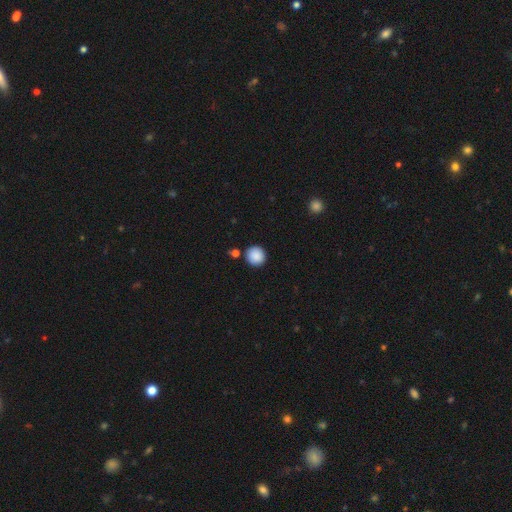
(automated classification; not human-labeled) smooth_or_featured: smooth (p=0.89) [alt: star or artifact p=0.08]
how_rounded: round (p=0.93) [alt: in between p=0.06]
merging: none (p=0.87) [alt: minor disturbance p=0.07]